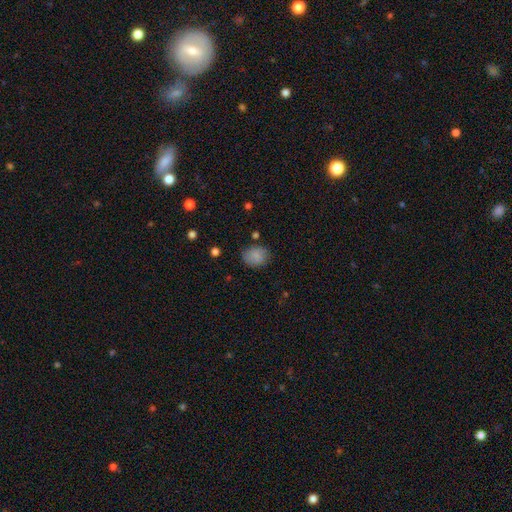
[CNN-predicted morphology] Overall: smooth (85%). How rounded: in between (52%; round 47%). Merging: none (78%).